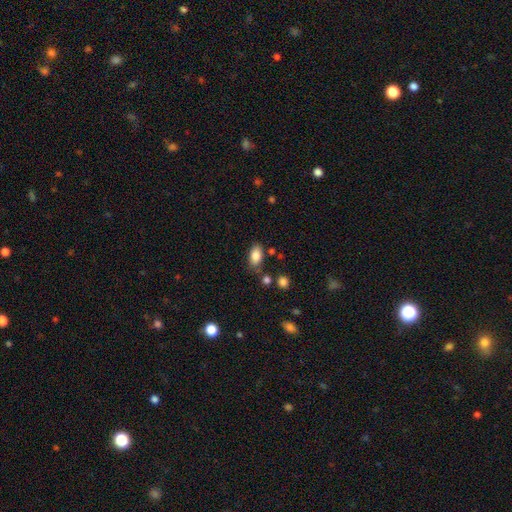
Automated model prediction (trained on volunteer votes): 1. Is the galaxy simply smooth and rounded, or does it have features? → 85% smooth, 8% star or artifact, 7% featured or disk.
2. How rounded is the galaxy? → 90% in between, 7% round, 3% cigar-shaped.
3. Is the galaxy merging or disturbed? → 74% none, 16% minor disturbance, 6% merger, 4% major disturbance.